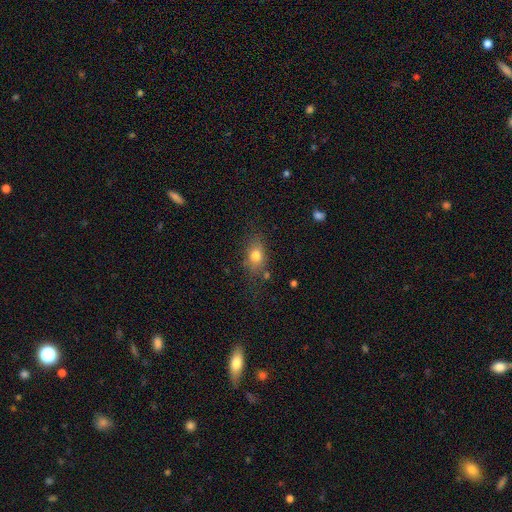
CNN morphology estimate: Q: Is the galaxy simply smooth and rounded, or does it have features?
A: smooth — 77%.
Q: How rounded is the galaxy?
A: in between — 69%.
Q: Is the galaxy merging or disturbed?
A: none — 70%.